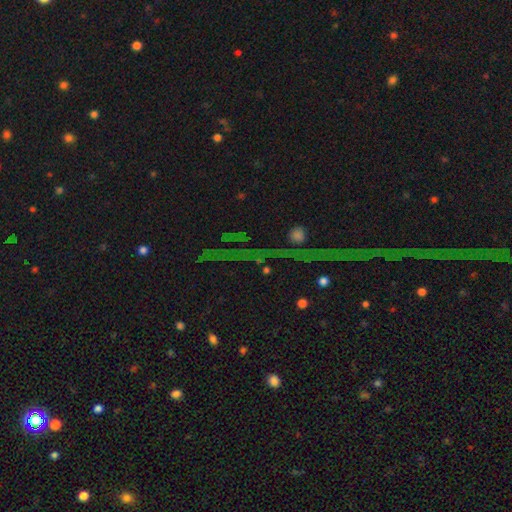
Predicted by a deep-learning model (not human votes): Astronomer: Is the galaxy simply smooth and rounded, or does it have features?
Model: star or artifact — 82%.